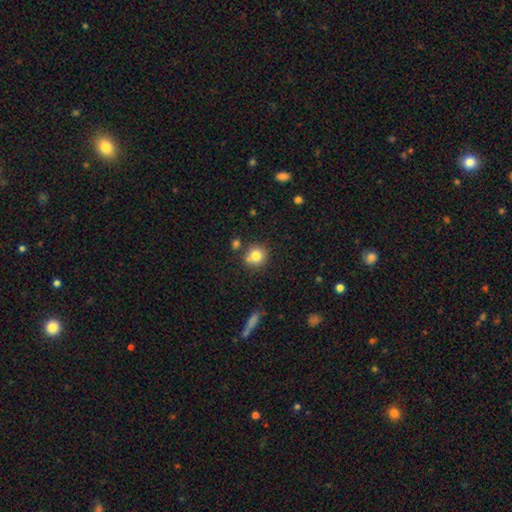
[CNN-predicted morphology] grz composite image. It shows a smooth galaxy with no disk features (80%) that is round (91%). Merging: none (74%).